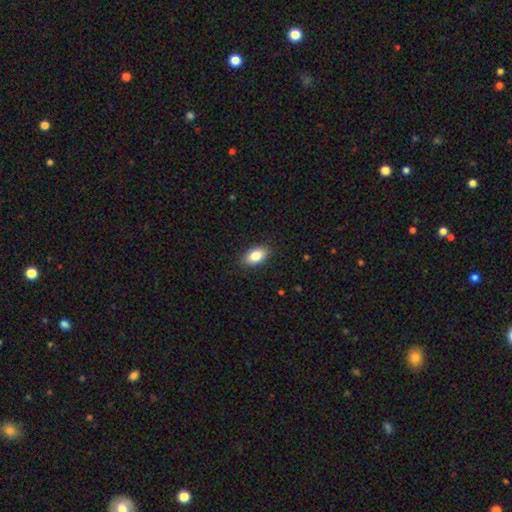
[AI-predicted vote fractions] smooth-or-featured: smooth: 84% | featured or disk: 9% | star or artifact: 8%
  how-rounded: in between: 92% | round: 5% | cigar-shaped: 3%
  merging: none: 88% | minor disturbance: 9% | major disturbance: 2% | merger: 1%